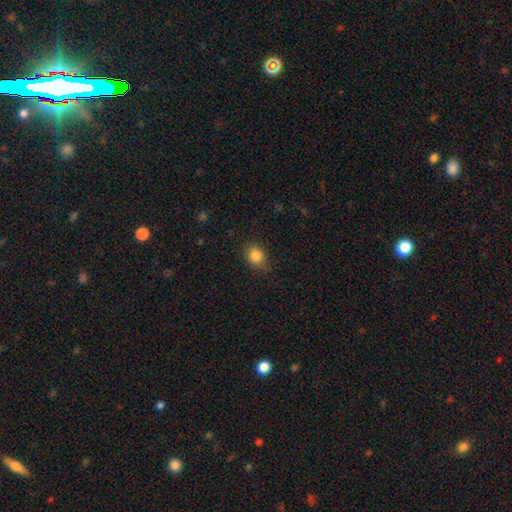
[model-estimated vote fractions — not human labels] This is clearly a smooth galaxy (84%). How rounded: possibly round (57%). Merging: likely none (79%).